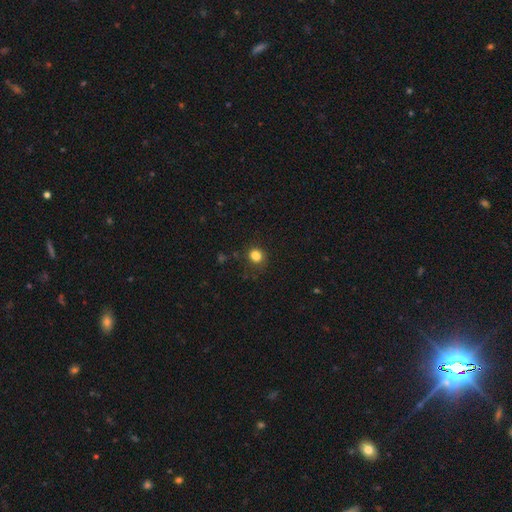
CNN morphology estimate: This appears to be a smooth galaxy with no disk features (82%) that is round (71%). Merging: none (77%).